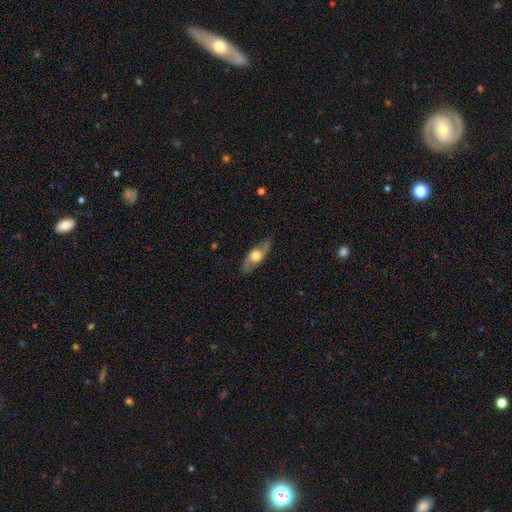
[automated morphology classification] A featured or disk galaxy (50%).

Vote fractions:
- Smooth or featured? featured or disk: 50% / smooth: 45% / star or artifact: 6%
- Merging? none: 84% / minor disturbance: 12% / major disturbance: 3% / merger: 1%